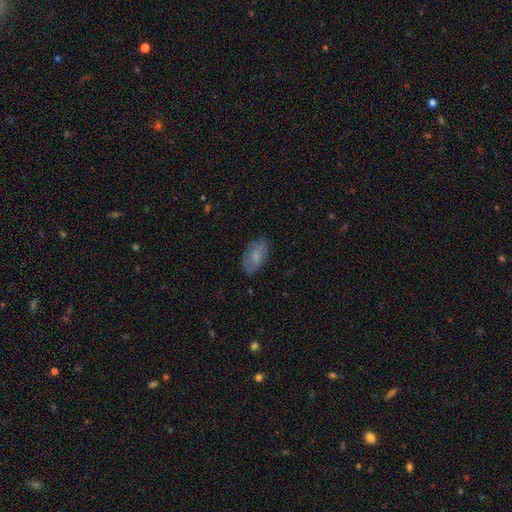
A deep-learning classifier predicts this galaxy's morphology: Q: Smooth or featured?
A: smooth (68%); runner-up: featured or disk (24%)
Q: How rounded?
A: in between (92%); runner-up: cigar-shaped (4%)
Q: Merging?
A: none (80%); runner-up: minor disturbance (16%)